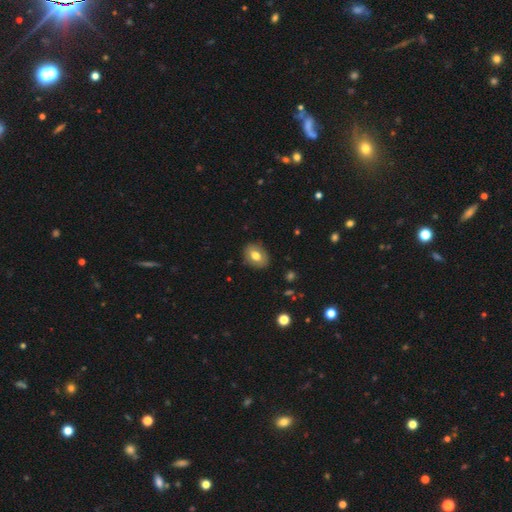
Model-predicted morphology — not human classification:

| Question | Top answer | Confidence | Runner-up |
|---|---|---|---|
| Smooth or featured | smooth | 72% | featured or disk (20%) |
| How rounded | in between | 62% | round (37%) |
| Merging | none | 84% | minor disturbance (12%) |